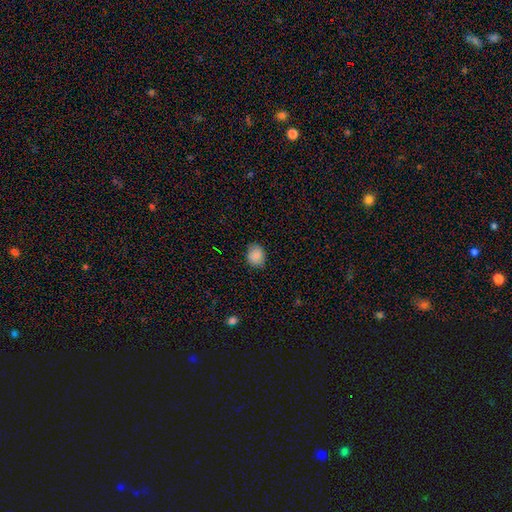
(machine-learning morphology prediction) smooth_or_featured: smooth (p=0.88) [alt: star or artifact p=0.08]
how_rounded: round (p=0.52) [alt: in between p=0.47]
merging: none (p=0.82) [alt: minor disturbance p=0.15]